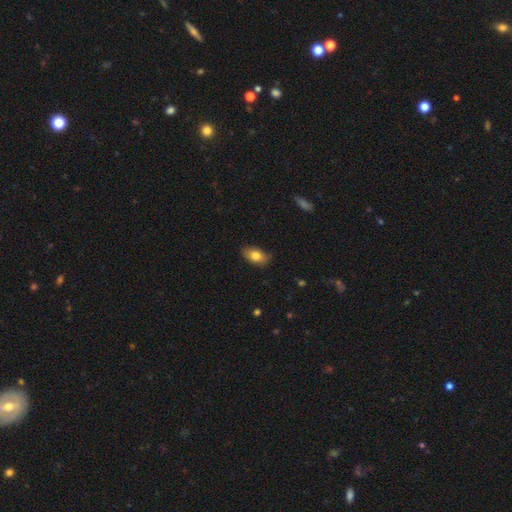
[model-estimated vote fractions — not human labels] Q: Smooth or featured?
A: smooth (80%); runner-up: featured or disk (13%)
Q: How rounded?
A: in between (90%); runner-up: round (8%)
Q: Merging?
A: none (83%); runner-up: minor disturbance (13%)